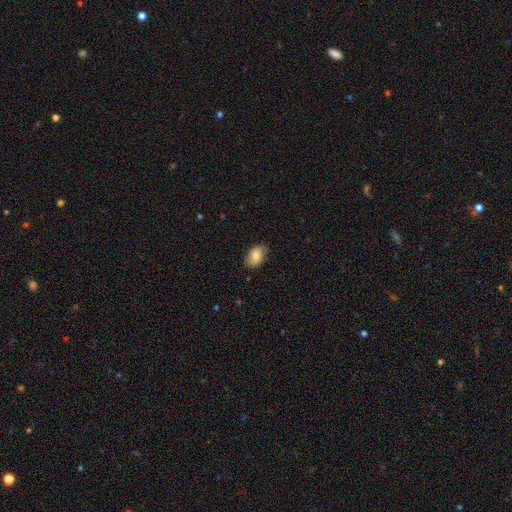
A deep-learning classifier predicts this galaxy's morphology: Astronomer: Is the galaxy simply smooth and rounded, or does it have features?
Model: smooth — 79%.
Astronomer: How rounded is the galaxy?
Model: in between — 91%.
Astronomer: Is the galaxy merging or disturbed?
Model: none — 81%.